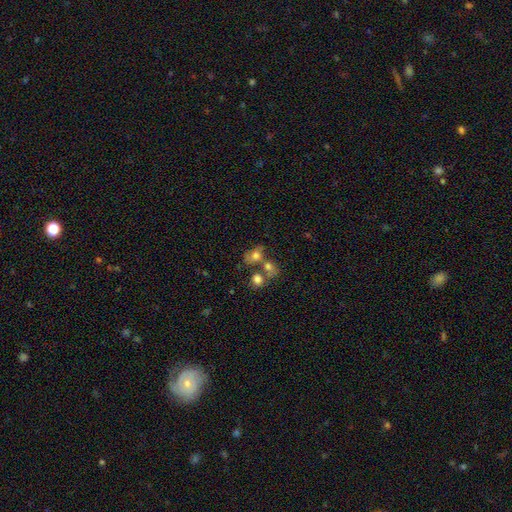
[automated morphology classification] A smooth galaxy with no disk features (65%) that is in between round and cigar-shaped (55%).

Vote fractions:
- Smooth or featured? smooth: 65% / featured or disk: 22% / star or artifact: 13%
- How rounded? in between: 55% / round: 43% / cigar-shaped: 2%
- Merging? merger: 42% / none: 33% / minor disturbance: 13% / major disturbance: 11%